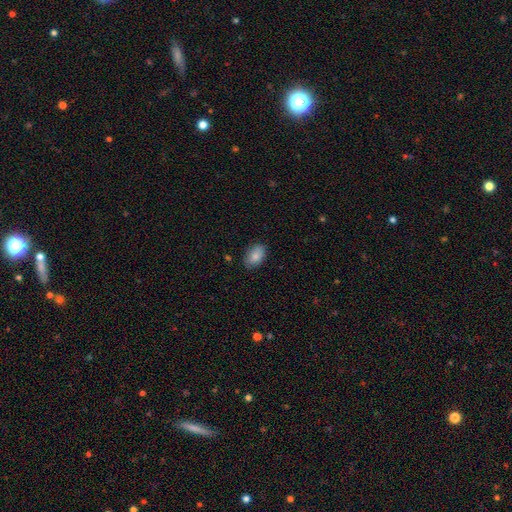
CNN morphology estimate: Smooth or featured?
  - smooth: 85% *
  - featured or disk: 8%
  - star or artifact: 7%
How rounded?
  - in between: 89% *
  - round: 10%
  - cigar-shaped: 1%
Merging?
  - none: 82% *
  - minor disturbance: 14%
  - major disturbance: 3%
  - merger: 1%